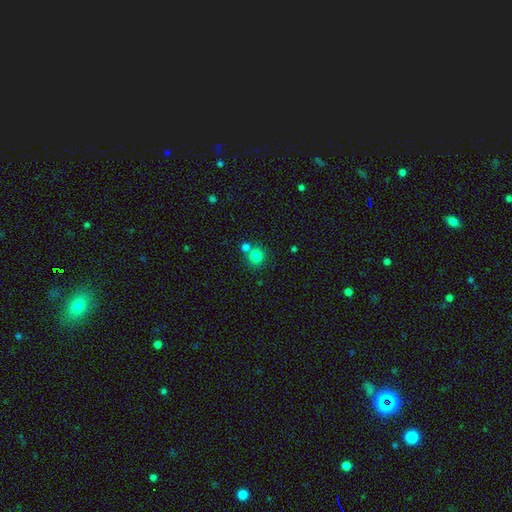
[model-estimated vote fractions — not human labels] Q: Smooth or featured?
A: smooth (81%); runner-up: star or artifact (12%)
Q: How rounded?
A: round (90%); runner-up: in between (9%)
Q: Merging?
A: none (64%); runner-up: merger (26%)